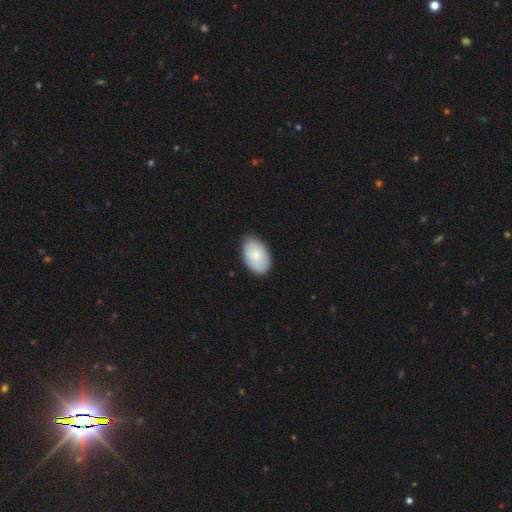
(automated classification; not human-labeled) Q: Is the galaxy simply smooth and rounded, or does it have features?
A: smooth — 82%.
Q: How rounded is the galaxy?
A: in between — 92%.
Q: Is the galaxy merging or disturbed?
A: none — 81%.